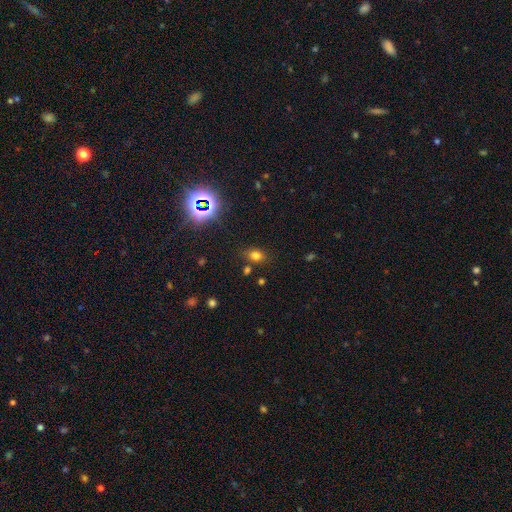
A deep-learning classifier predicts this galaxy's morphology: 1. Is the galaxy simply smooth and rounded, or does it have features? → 69% smooth, 23% star or artifact, 8% featured or disk.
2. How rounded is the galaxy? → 56% in between, 43% round, 1% cigar-shaped.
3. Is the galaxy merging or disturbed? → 79% none, 12% minor disturbance, 5% merger, 4% major disturbance.